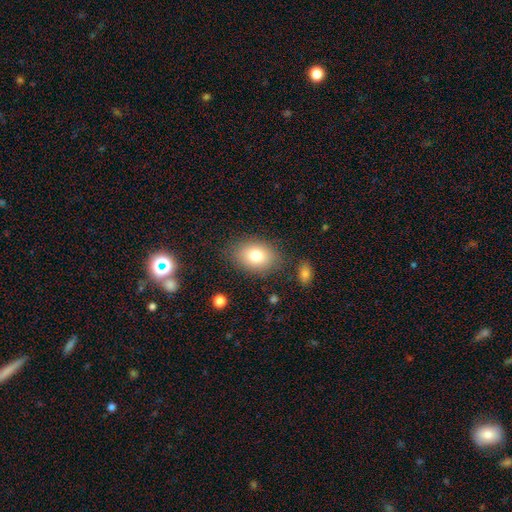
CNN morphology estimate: Smooth or featured: smooth — 78% (featured or disk — 12%)
How rounded: in between — 72% (round — 26%)
Merging: none — 81% (minor disturbance — 12%)